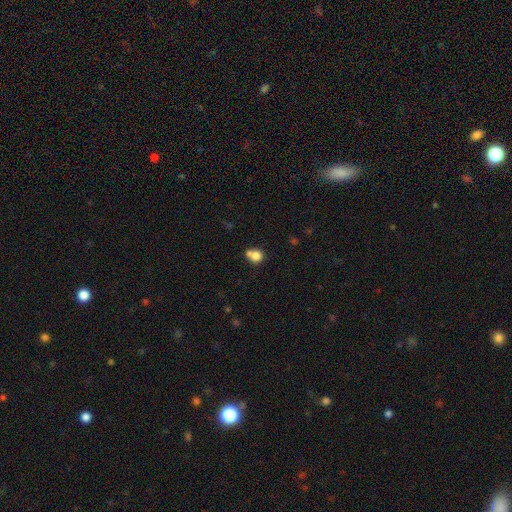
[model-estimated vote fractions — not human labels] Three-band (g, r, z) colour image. It shows a smooth galaxy with no disk features (79%) that is round (81%). Merging: none (46%).